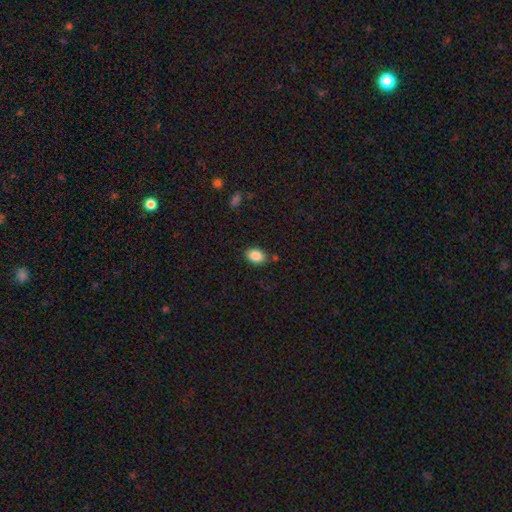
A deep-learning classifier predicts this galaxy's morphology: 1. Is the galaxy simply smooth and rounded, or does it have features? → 87% smooth, 8% star or artifact, 5% featured or disk.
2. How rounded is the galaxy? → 83% in between, 16% round, 1% cigar-shaped.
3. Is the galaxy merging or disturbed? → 82% none, 12% minor disturbance, 3% merger, 3% major disturbance.